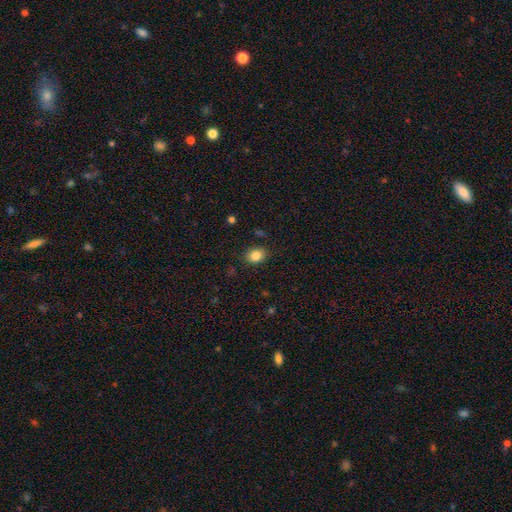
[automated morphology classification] A smooth galaxy with no disk features (85%) that is in between round and cigar-shaped (54%).

Vote fractions:
- Smooth or featured? smooth: 85% / star or artifact: 10% / featured or disk: 5%
- How rounded? in between: 54% / round: 45% / cigar-shaped: 1%
- Merging? none: 84% / minor disturbance: 11% / major disturbance: 3% / merger: 1%